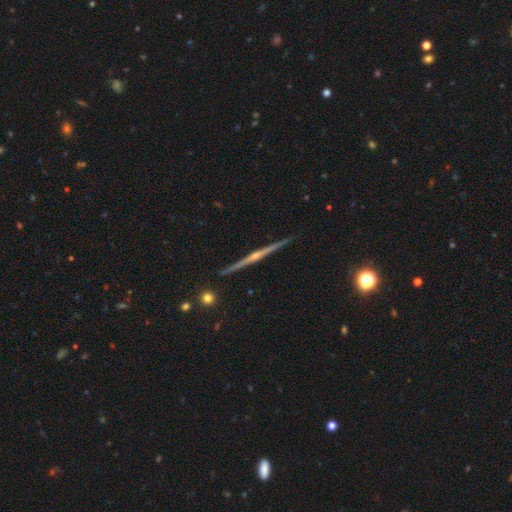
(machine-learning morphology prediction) A featured or disk galaxy (80%) viewed edge-on (98%) with a rounded central bulge (69%).

Vote fractions:
- Smooth or featured? featured or disk: 80% / smooth: 11% / star or artifact: 9%
- Edge-on disk? yes: 98% / no: 2%
- Edge-on bulge? rounded: 69% / none: 22% / boxy: 8%
- Merging? none: 88% / minor disturbance: 7% / merger: 3% / major disturbance: 2%